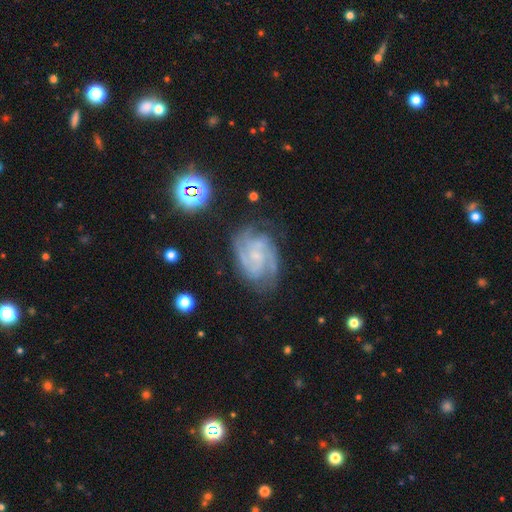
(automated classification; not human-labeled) Smooth or featured: featured or disk — 86% (smooth — 7%)
Edge-on disk: no — 98% (yes — 2%)
Bar: no — 55% (weak — 37%)
Spiral arms: yes — 97% (no — 3%)
Spiral winding: tight — 50% (medium — 42%)
Spiral arm count: 2 — 38% (3 — 27%)
Bulge size: small — 62% (none — 18%)
Merging: none — 69% (minor disturbance — 20%)